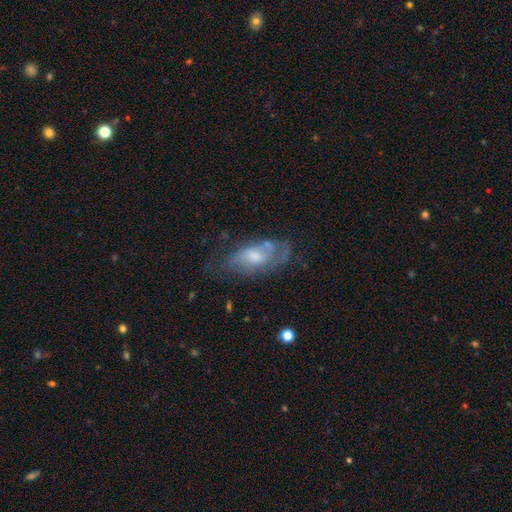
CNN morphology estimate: type=featured or disk (66%); edge-on=no (90%); bar=no (59%); spiral arms=yes (77%); bulge=moderate (53%); merging=none (54%).